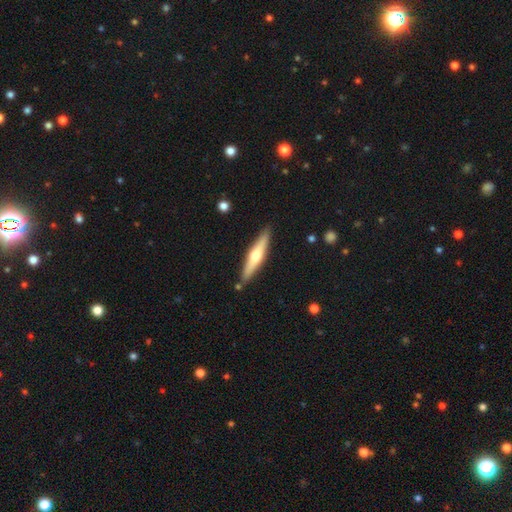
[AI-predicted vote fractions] A featured or disk galaxy (56%) viewed edge-on (95%) with a rounded central bulge (91%).

Vote fractions:
- Smooth or featured? featured or disk: 56% / smooth: 40% / star or artifact: 5%
- Edge-on disk? yes: 95% / no: 5%
- Edge-on bulge? rounded: 91% / none: 5% / boxy: 4%
- Merging? none: 87% / minor disturbance: 8% / merger: 3% / major disturbance: 2%